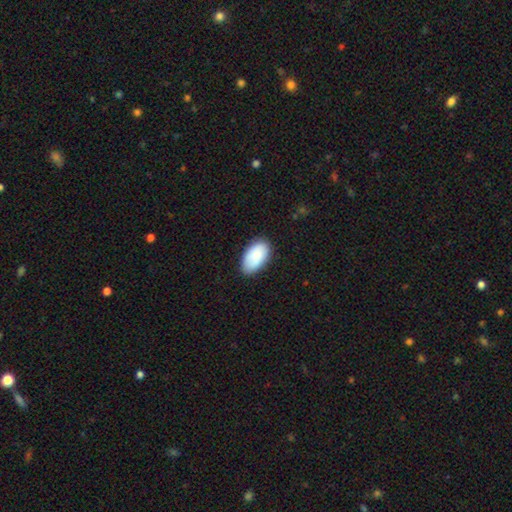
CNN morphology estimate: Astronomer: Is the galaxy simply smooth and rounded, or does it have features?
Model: smooth — 85%.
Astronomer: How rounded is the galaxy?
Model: in between — 95%.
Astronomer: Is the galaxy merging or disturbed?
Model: none — 81%.